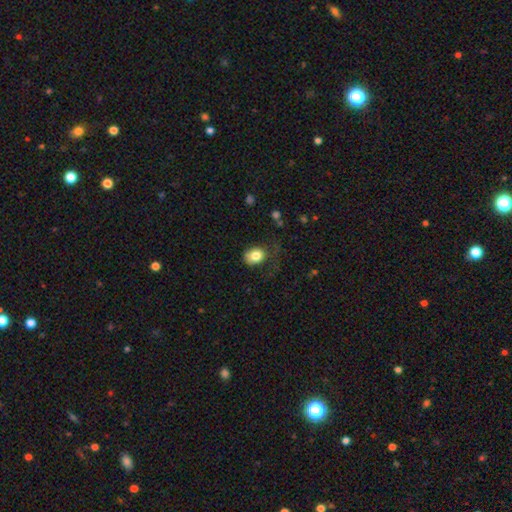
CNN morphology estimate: A smooth galaxy with no disk features (80%) that is in between round and cigar-shaped (52%).

Vote fractions:
- Smooth or featured? smooth: 80% / featured or disk: 11% / star or artifact: 9%
- How rounded? in between: 52% / round: 47% / cigar-shaped: 1%
- Merging? none: 49% / minor disturbance: 28% / major disturbance: 20% / merger: 2%